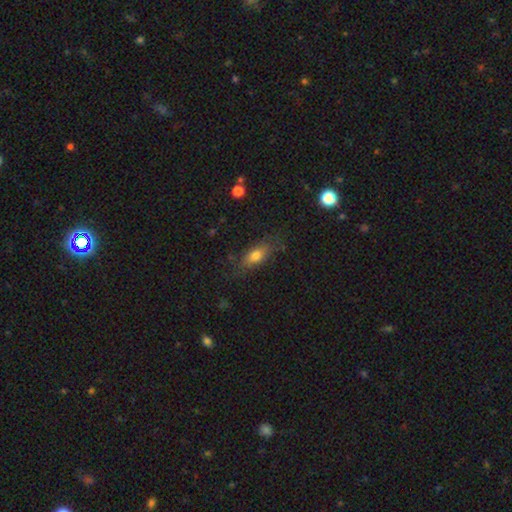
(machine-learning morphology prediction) Smooth or featured: smooth — 72% (featured or disk — 19%)
How rounded: in between — 73% (cigar-shaped — 21%)
Merging: none — 74% (minor disturbance — 18%)